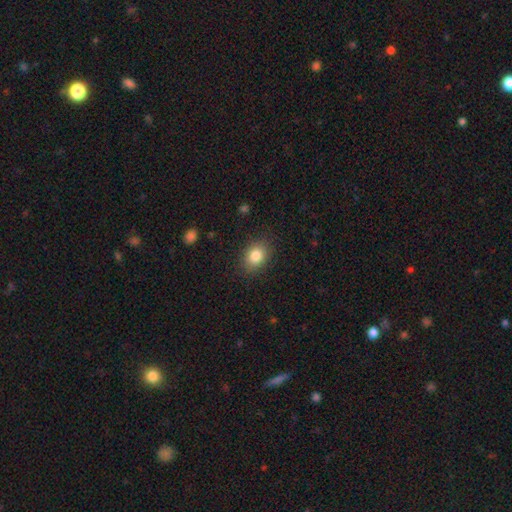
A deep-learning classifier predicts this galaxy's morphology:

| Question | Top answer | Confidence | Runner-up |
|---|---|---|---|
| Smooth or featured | smooth | 83% | star or artifact (9%) |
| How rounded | in between | 64% | round (35%) |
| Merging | none | 85% | minor disturbance (11%) |